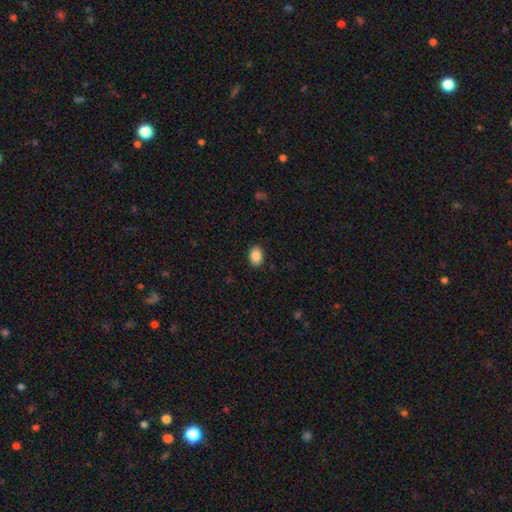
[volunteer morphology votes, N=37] A smooth galaxy with no disk features (89%) that is in between round and cigar-shaped (67%).

Vote fractions:
- Smooth or featured? smooth: 89% / featured or disk: 8% / star or artifact: 3%
- How rounded? in between: 67% / round: 33% / cigar-shaped: 0%
- Merging? none: 86% / minor disturbance: 6% / major disturbance: 6% / merger: 3%